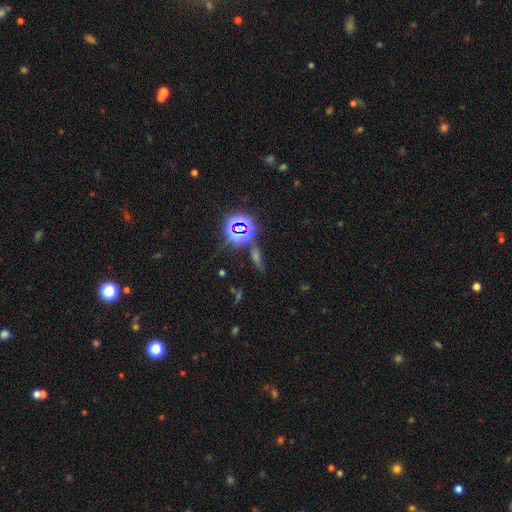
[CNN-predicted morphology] The model was most divided on "smooth or featured": star or artifact: 51%, smooth: 28%, featured or disk: 20%.